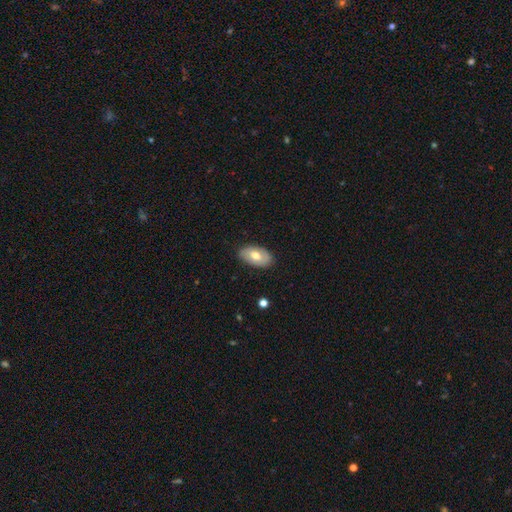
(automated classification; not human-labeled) Q: Smooth or featured?
A: smooth (61%); runner-up: featured or disk (33%)
Q: How rounded?
A: in between (94%); runner-up: round (5%)
Q: Merging?
A: none (83%); runner-up: minor disturbance (13%)